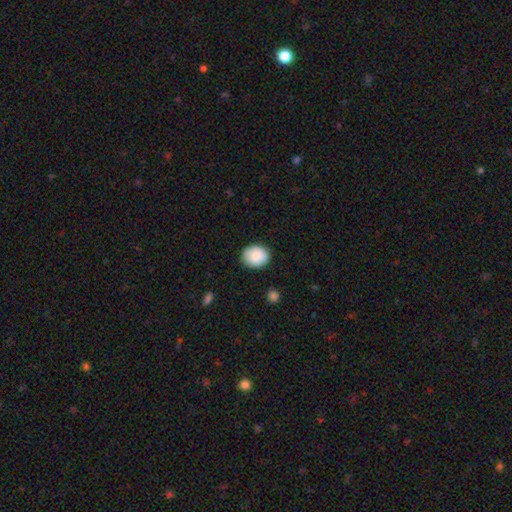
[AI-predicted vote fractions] smooth_or_featured: smooth (p=0.85) [alt: featured or disk p=0.08]
how_rounded: round (p=0.58) [alt: in between p=0.41]
merging: none (p=0.86) [alt: minor disturbance p=0.11]